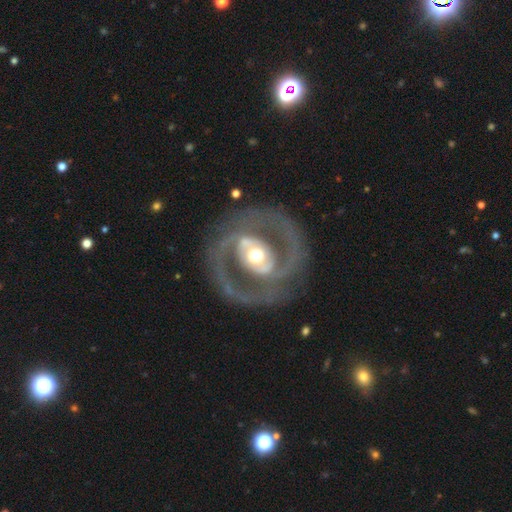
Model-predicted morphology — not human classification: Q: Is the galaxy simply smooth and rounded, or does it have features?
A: featured or disk — 87%.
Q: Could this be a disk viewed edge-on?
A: no — 97%.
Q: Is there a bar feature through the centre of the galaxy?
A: no — 42%.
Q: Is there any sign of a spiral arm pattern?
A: yes — 86%.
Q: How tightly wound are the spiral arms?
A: medium — 53%.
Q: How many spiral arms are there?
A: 2 — 89%.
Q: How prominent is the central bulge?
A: moderate — 64%.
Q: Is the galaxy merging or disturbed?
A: none — 78%.